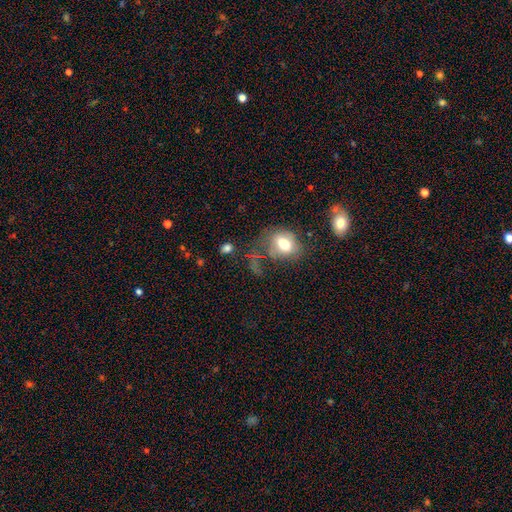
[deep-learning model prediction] Smooth or featured: smooth — 55% (featured or disk — 25%)
How rounded: in between — 51% (round — 47%)
Merging: none — 42% (major disturbance — 24%)